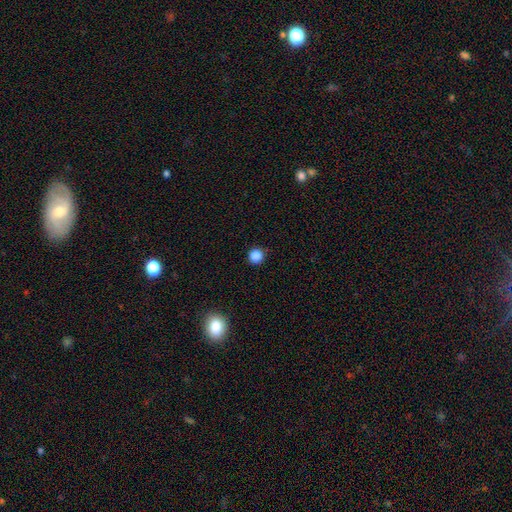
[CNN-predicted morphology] Smooth or featured? smooth (86%)
How rounded? round (95%)
Merging? none (89%)